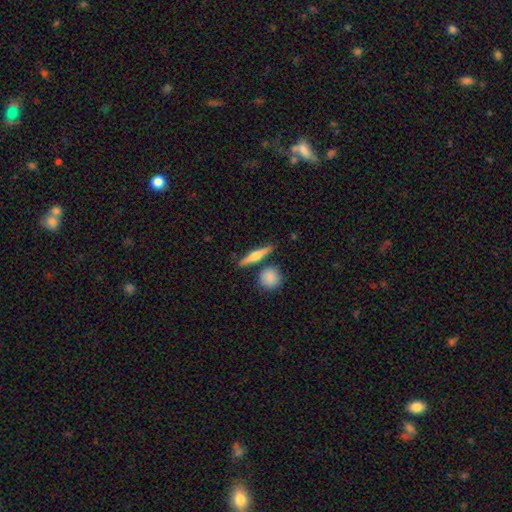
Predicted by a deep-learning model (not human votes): A featured or disk galaxy (51%) viewed edge-on (95%). Merging: none (81%).